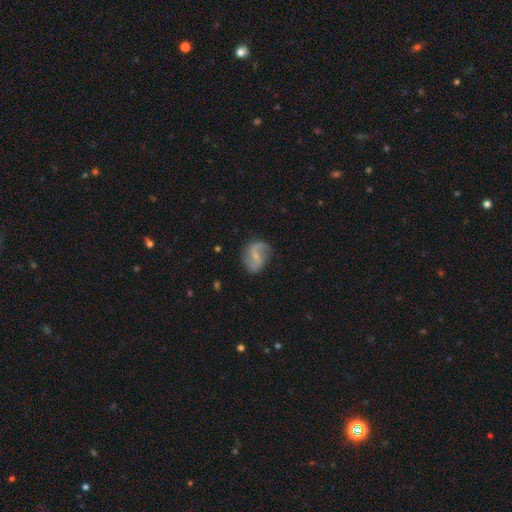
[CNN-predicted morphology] A featured or disk galaxy (72%) with a weak bar (51%), 2 (87%) loose (55%) spiral arms (91%) and a small central bulge (54%).

Vote fractions:
- Smooth or featured? featured or disk: 72% / smooth: 21% / star or artifact: 7%
- Edge-on disk? no: 97% / yes: 3%
- Bar? weak: 51% / no: 26% / strong: 23%
- Spiral arms? yes: 91% / no: 9%
- Spiral winding? loose: 55% / medium: 34% / tight: 11%
- Spiral arm count? 2: 87% / can't tell: 5% / 1: 5% / 3: 1% / 4: 1% / more than 4: 1%
- Bulge size? small: 54% / moderate: 25% / none: 19% / large: 2% / dominant: 1%
- Merging? none: 73% / minor disturbance: 18% / major disturbance: 7% / merger: 2%